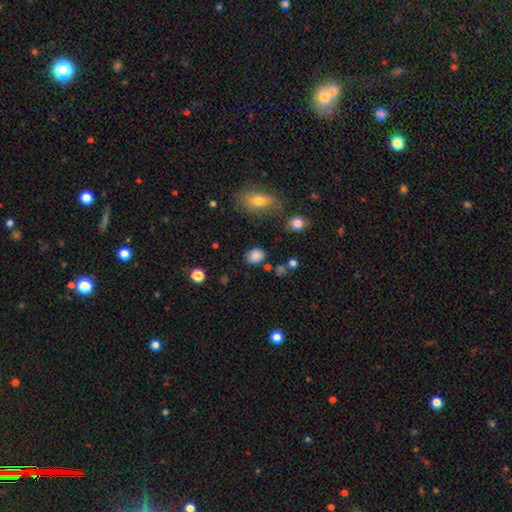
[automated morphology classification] Smooth or featured? smooth (85%)
How rounded? in between (55%)
Merging? none (81%)